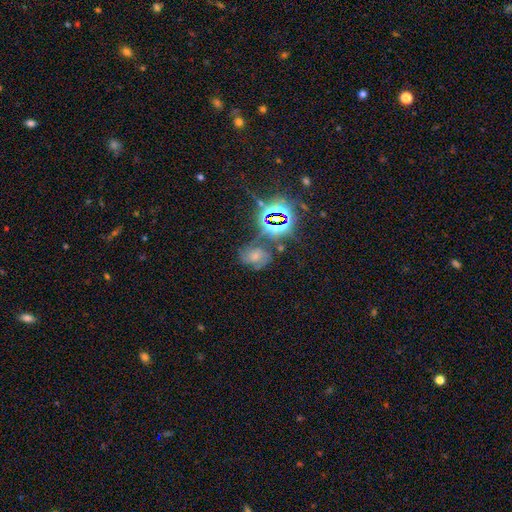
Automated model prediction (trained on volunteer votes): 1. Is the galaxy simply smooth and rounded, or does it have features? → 37% star or artifact, 31% featured or disk, 31% smooth.